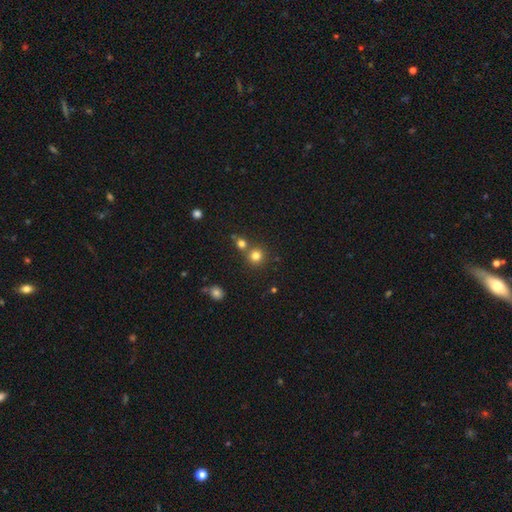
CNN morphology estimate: Smooth or featured: smooth — 77% (star or artifact — 16%)
How rounded: round — 91% (in between — 8%)
Merging: none — 69% (merger — 21%)